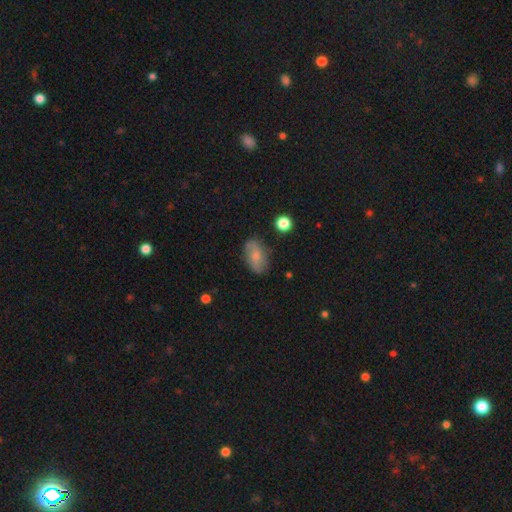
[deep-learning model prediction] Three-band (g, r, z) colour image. It shows a smooth galaxy with no disk features (63%) that is in between round and cigar-shaped (90%). Merging: none (75%).